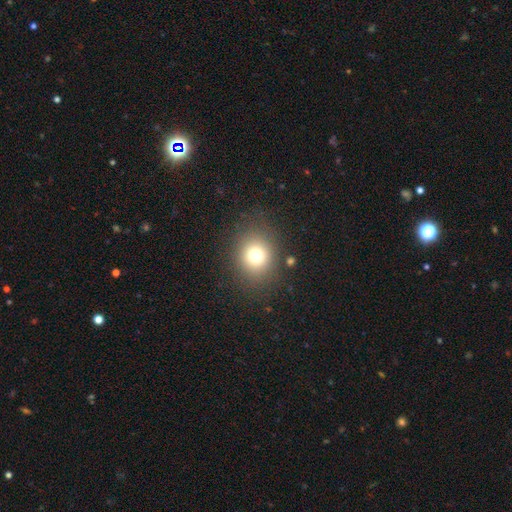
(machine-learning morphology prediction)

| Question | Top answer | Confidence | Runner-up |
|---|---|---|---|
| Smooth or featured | smooth | 74% | star or artifact (15%) |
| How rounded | round | 75% | in between (25%) |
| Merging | none | 83% | minor disturbance (9%) |